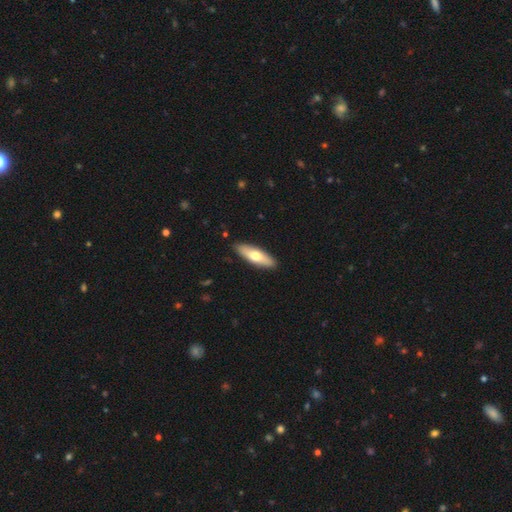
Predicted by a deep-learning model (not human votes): Morphology: type=smooth (62%); roundness=in between (50%); merging=none (89%).